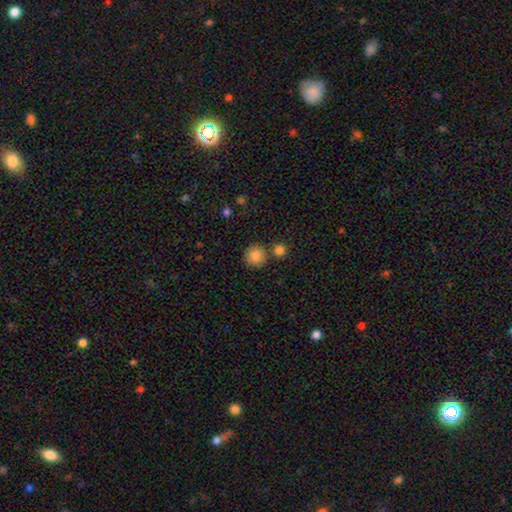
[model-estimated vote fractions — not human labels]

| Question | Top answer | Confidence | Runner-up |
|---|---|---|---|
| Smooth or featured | smooth | 86% | star or artifact (9%) |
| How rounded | round | 92% | in between (8%) |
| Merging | none | 75% | merger (12%) |